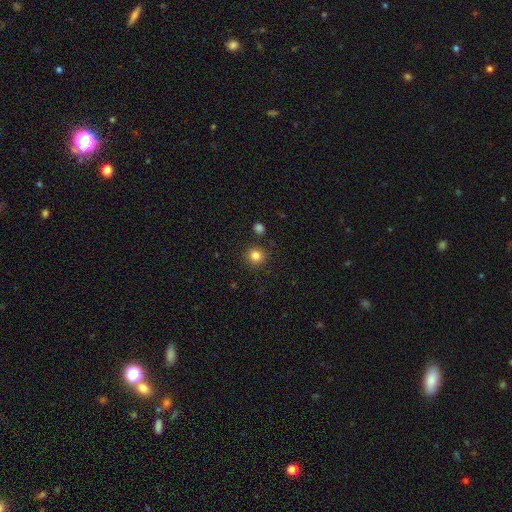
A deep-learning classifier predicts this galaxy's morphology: A smooth galaxy with no disk features (82%) that is round (92%).

Vote fractions:
- Smooth or featured? smooth: 82% / star or artifact: 12% / featured or disk: 5%
- How rounded? round: 92% / in between: 7% / cigar-shaped: 1%
- Merging? none: 88% / minor disturbance: 7% / merger: 3% / major disturbance: 2%